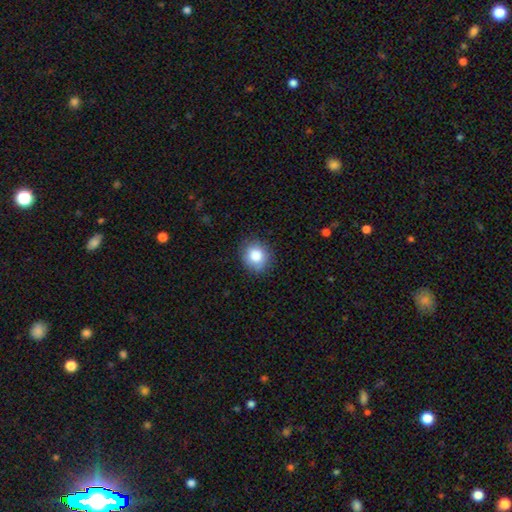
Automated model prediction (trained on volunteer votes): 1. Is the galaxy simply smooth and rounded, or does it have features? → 84% smooth, 9% star or artifact, 7% featured or disk.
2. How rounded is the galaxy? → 78% round, 21% in between, 1% cigar-shaped.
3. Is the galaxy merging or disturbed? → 85% none, 11% minor disturbance, 3% major disturbance, 1% merger.